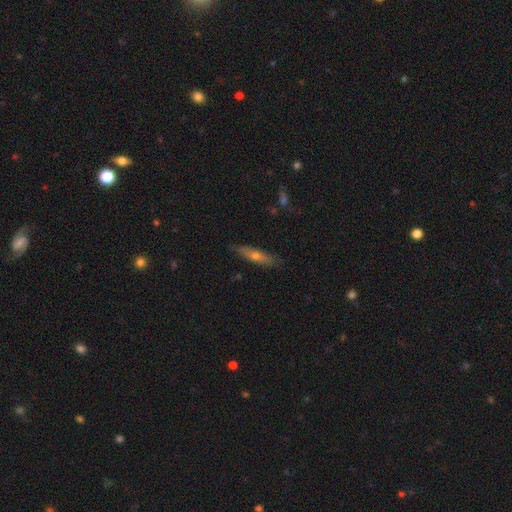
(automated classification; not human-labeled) Smooth or featured? smooth (48%)
Merging? none (84%)